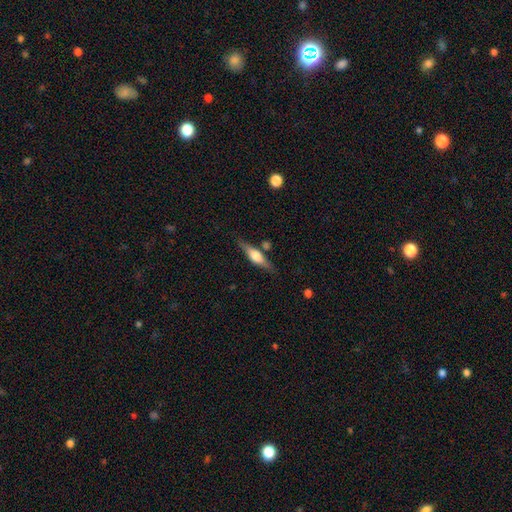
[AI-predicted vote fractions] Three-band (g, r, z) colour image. It shows a featured or disk galaxy (55%) viewed edge-on (94%) with a rounded central bulge (84%). Merging: none (78%).